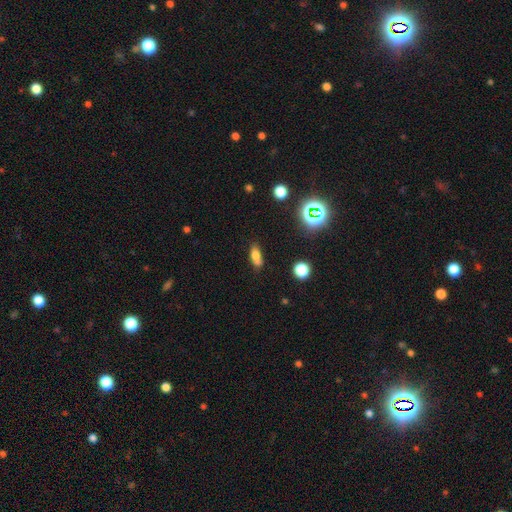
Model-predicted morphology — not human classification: smooth 72%, featured or disk 15%, star or artifact 13%. Down the decision tree: how rounded — in between (73%); merging — none (64%).